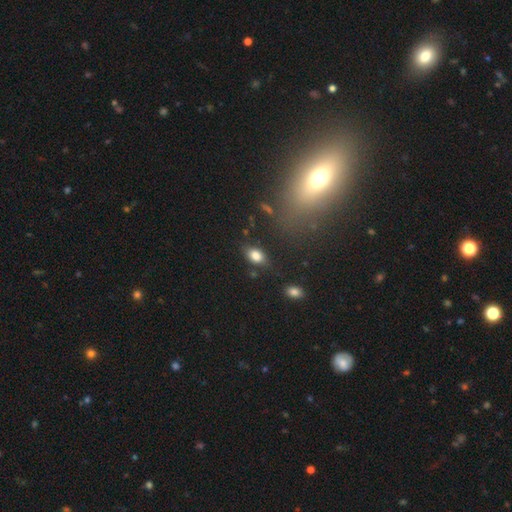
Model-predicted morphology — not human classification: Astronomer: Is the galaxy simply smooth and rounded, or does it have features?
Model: smooth — 82%.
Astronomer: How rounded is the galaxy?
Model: in between — 87%.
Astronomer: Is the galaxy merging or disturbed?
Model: none — 76%.